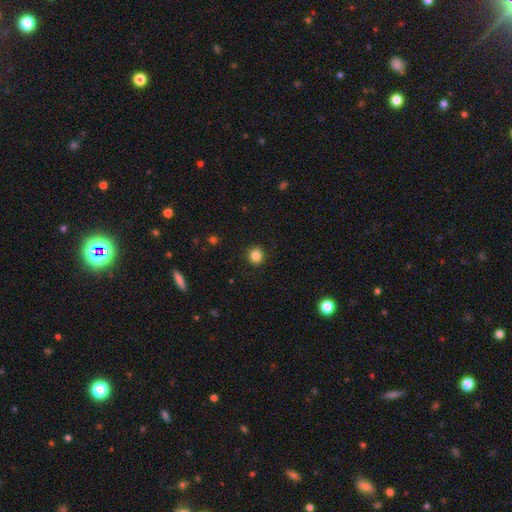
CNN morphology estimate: Overall: smooth (85%). How rounded: round (93%). Merging: none (91%).